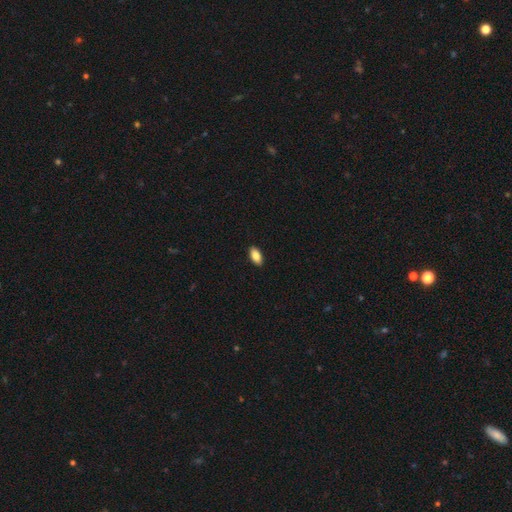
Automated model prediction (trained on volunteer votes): This appears to be a smooth galaxy with no disk features (86%) that is in between round and cigar-shaped (91%). Merging: none (90%).